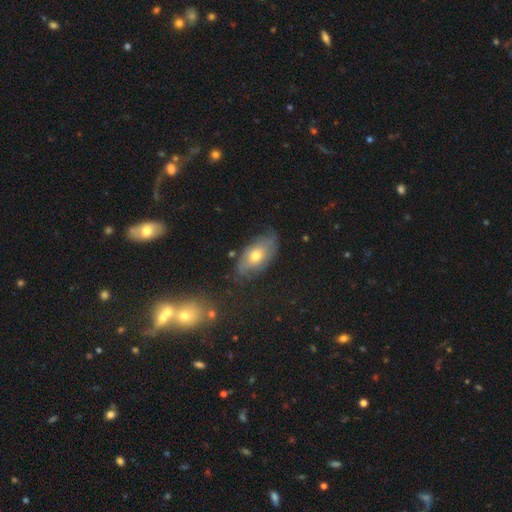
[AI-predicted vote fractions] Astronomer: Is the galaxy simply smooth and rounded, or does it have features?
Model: smooth — 48% (runner-up: featured or disk, 43%).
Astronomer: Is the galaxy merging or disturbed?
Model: none — 63%.